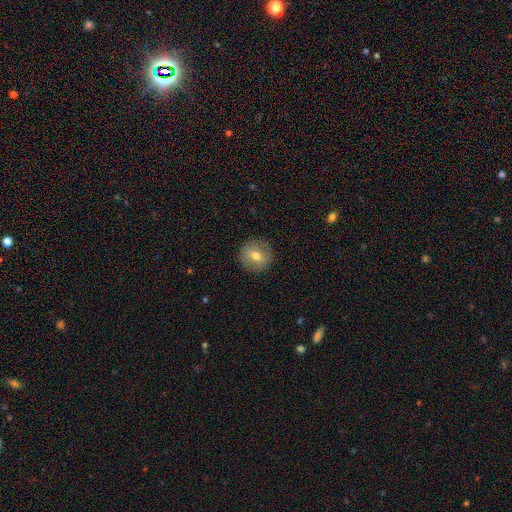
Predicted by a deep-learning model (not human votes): Smooth or featured?
  - smooth: 67% *
  - featured or disk: 24%
  - star or artifact: 9%
How rounded?
  - round: 94% *
  - in between: 5%
  - cigar-shaped: 1%
Merging?
  - none: 90% *
  - minor disturbance: 7%
  - major disturbance: 2%
  - merger: 1%